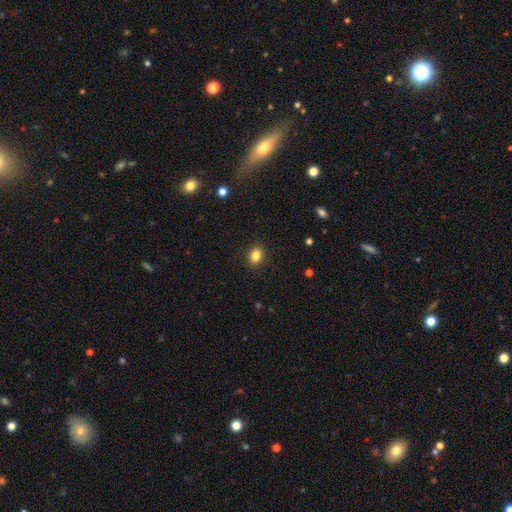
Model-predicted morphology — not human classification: Overall: smooth (85%). How rounded: in between (76%). Merging: none (89%).